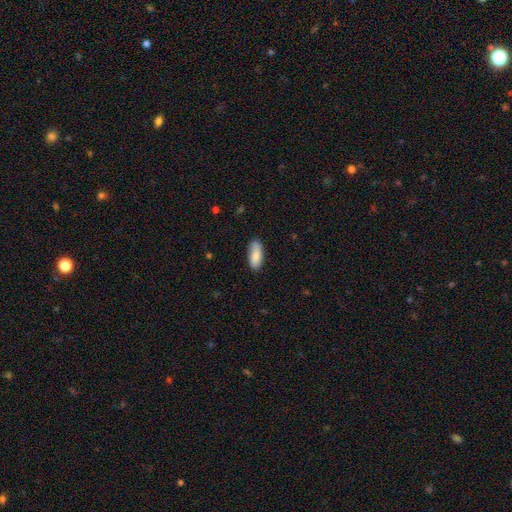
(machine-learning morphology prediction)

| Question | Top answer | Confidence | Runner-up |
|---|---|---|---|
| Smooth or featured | smooth | 86% | featured or disk (8%) |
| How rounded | in between | 73% | cigar-shaped (25%) |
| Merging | none | 83% | minor disturbance (14%) |